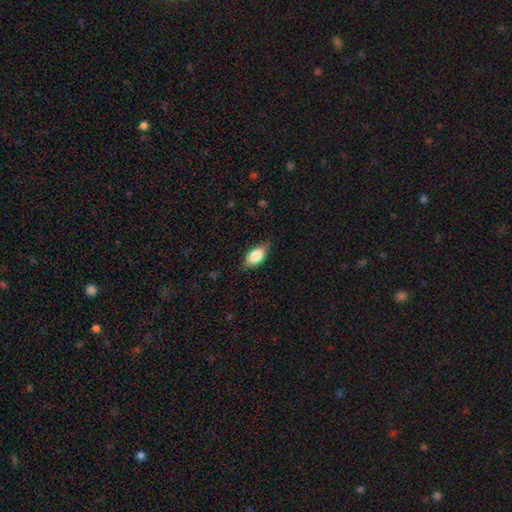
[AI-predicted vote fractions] smooth 79%, featured or disk 15%, star or artifact 7%. Down the decision tree: how rounded — in between (88%); merging — none (76%).